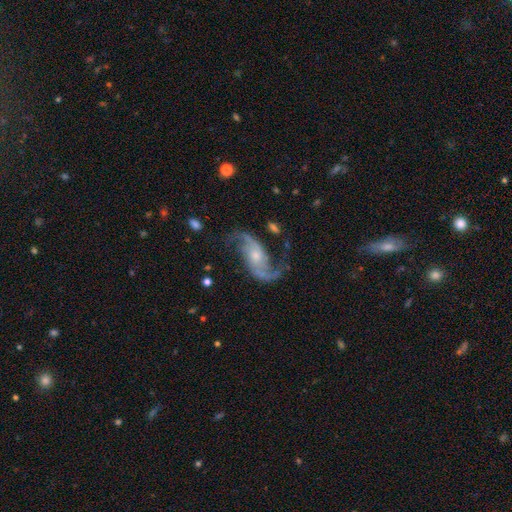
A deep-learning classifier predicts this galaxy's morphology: The model was most divided on "bulge size": small: 53%, moderate: 36%, none: 5%, large: 4%, dominant: 1%. More confident: spiral arms — yes (97%); edge-on disk — no (97%); spiral arm count — 2 (94%); smooth or featured — featured or disk (91%); merging — none (73%); spiral winding — loose (66%); bar — no (61%).